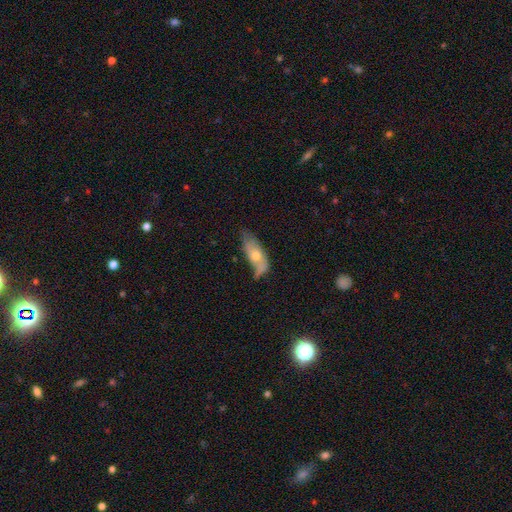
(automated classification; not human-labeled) Overall: smooth (47%; featured or disk 45%). Merging: none (39%; minor disturbance 36%).